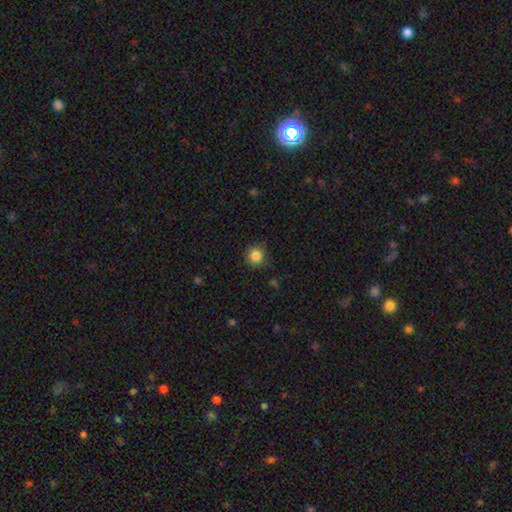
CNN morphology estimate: The model was most divided on "merging": none: 84%, minor disturbance: 12%, major disturbance: 3%, merger: 1%. More confident: how rounded — round (91%); smooth or featured — smooth (85%).